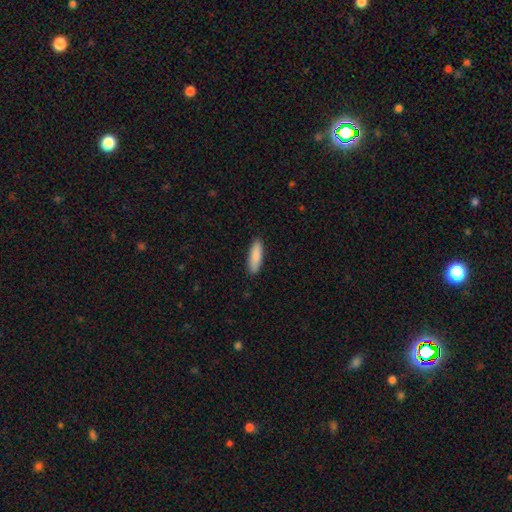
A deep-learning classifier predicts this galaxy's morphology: smooth_or_featured: smooth (p=0.88) [alt: featured or disk p=0.07]
how_rounded: cigar-shaped (p=0.50) [alt: in between p=0.48]
merging: none (p=0.89) [alt: minor disturbance p=0.08]